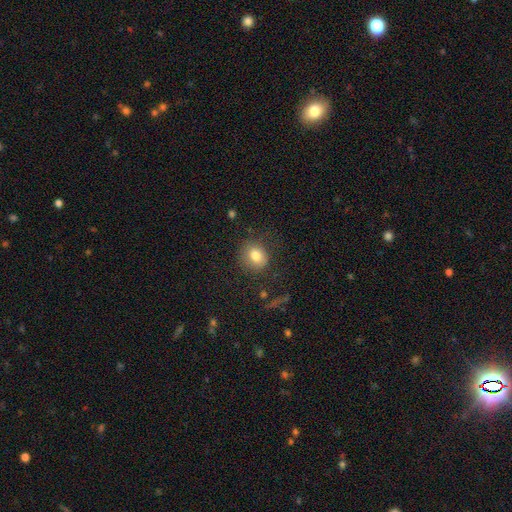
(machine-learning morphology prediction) Q: Smooth or featured?
A: smooth (80%); runner-up: star or artifact (11%)
Q: How rounded?
A: round (71%); runner-up: in between (28%)
Q: Merging?
A: none (75%); runner-up: minor disturbance (16%)